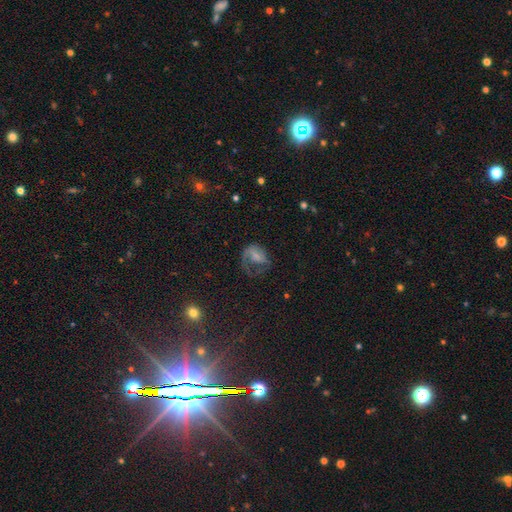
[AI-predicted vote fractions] smooth-or-featured: featured or disk: 46% | smooth: 40% | star or artifact: 13%
  merging: major disturbance: 48% | none: 29% | minor disturbance: 21% | merger: 3%